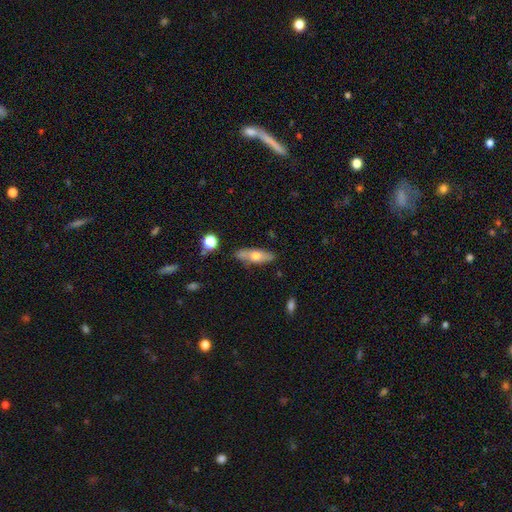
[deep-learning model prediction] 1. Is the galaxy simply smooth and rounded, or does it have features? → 58% smooth, 35% featured or disk, 7% star or artifact.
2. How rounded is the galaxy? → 58% in between, 39% cigar-shaped, 3% round.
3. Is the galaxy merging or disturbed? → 74% none, 17% minor disturbance, 6% merger, 4% major disturbance.